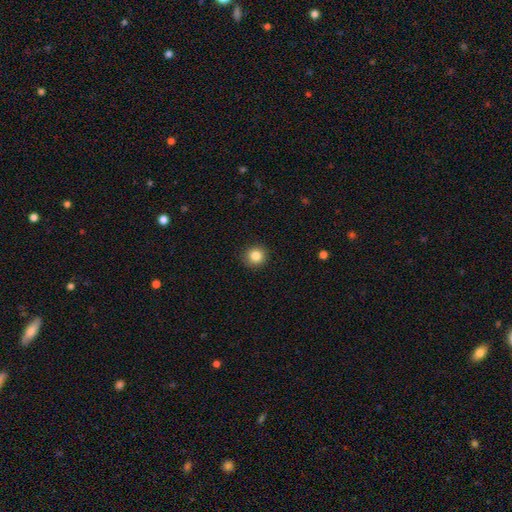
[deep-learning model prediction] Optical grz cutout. It shows a smooth galaxy with no disk features (84%) that is round (91%). Merging: none (91%).